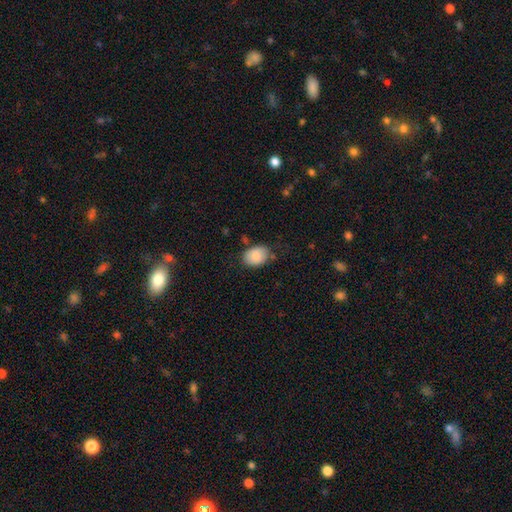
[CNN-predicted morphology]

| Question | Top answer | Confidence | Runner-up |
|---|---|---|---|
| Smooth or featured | smooth | 86% | featured or disk (7%) |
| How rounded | in between | 74% | round (25%) |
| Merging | none | 72% | minor disturbance (20%) |